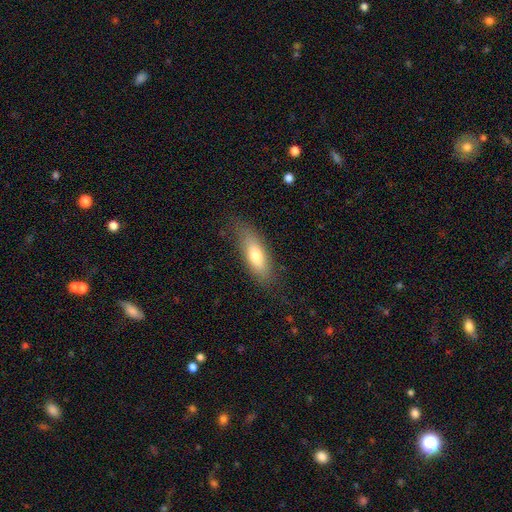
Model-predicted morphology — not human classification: Q: Smooth or featured?
A: smooth (70%); runner-up: featured or disk (23%)
Q: How rounded?
A: in between (64%); runner-up: cigar-shaped (33%)
Q: Merging?
A: none (75%); runner-up: minor disturbance (18%)